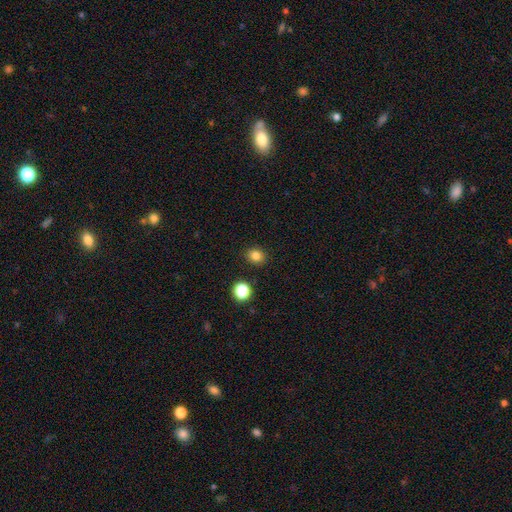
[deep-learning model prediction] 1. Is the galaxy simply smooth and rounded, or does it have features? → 82% smooth, 13% star or artifact, 5% featured or disk.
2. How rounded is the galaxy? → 68% round, 31% in between, 1% cigar-shaped.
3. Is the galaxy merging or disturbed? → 89% none, 7% minor disturbance, 2% major disturbance, 2% merger.